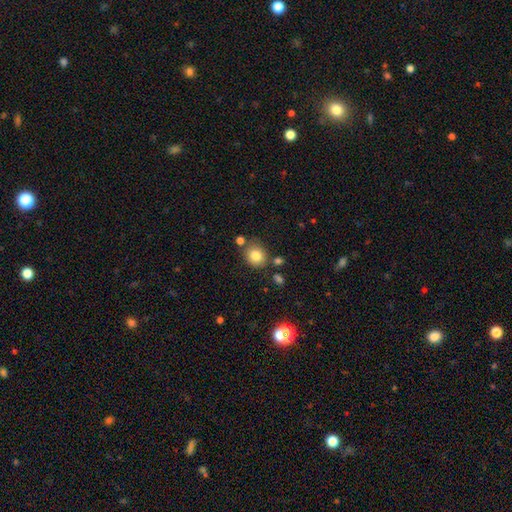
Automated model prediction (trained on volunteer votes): A smooth galaxy with no disk features (82%) that is round (77%). Merging: none (75%).